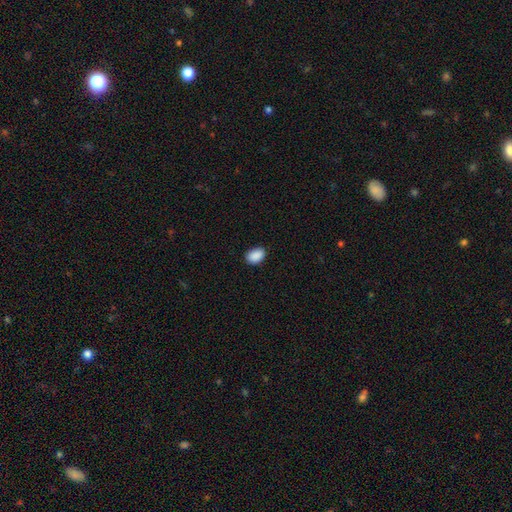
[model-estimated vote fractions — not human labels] Overall: smooth (90%). How rounded: in between (81%). Merging: none (86%).